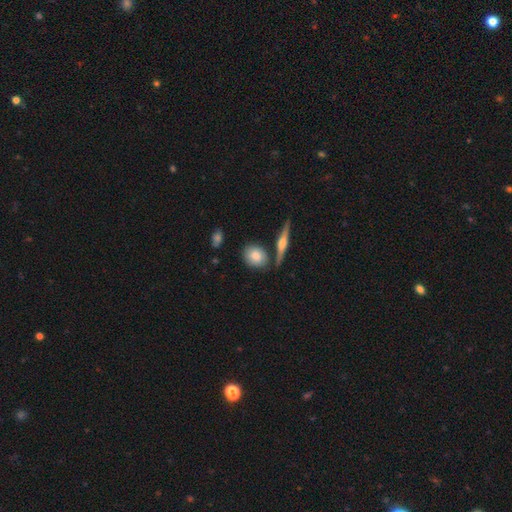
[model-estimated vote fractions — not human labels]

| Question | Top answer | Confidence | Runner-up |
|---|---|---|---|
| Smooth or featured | smooth | 73% | featured or disk (20%) |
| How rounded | round | 52% | in between (43%) |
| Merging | none | 73% | minor disturbance (14%) |